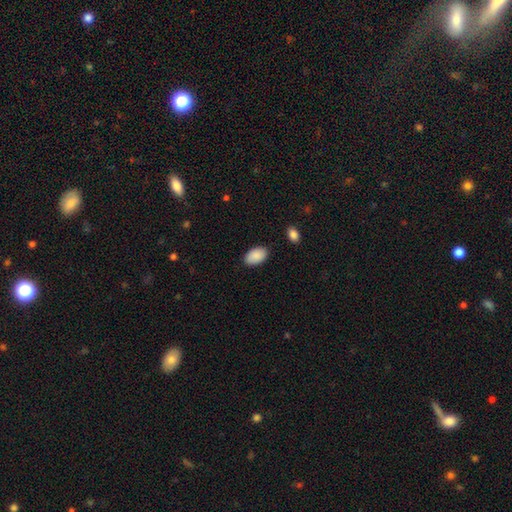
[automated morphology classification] This is clearly a smooth galaxy (91%). How rounded: clearly in between (94%). Merging: clearly none (87%).